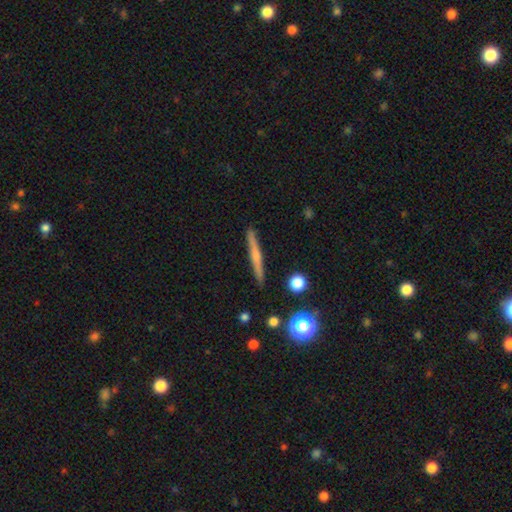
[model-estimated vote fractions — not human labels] Q: Smooth or featured?
A: featured or disk (52%); runner-up: smooth (41%)
Q: Edge-on disk?
A: yes (97%); runner-up: no (3%)
Q: Edge-on bulge?
A: rounded (54%); runner-up: none (37%)
Q: Merging?
A: none (91%); runner-up: minor disturbance (6%)